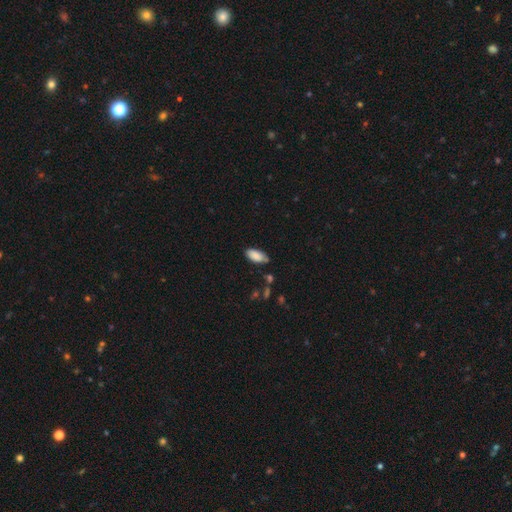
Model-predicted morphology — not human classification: A smooth galaxy with no disk features (87%) that is in between round and cigar-shaped (91%).

Vote fractions:
- Smooth or featured? smooth: 87% / star or artifact: 7% / featured or disk: 6%
- How rounded? in between: 91% / cigar-shaped: 7% / round: 2%
- Merging? none: 73% / minor disturbance: 20% / major disturbance: 4% / merger: 3%